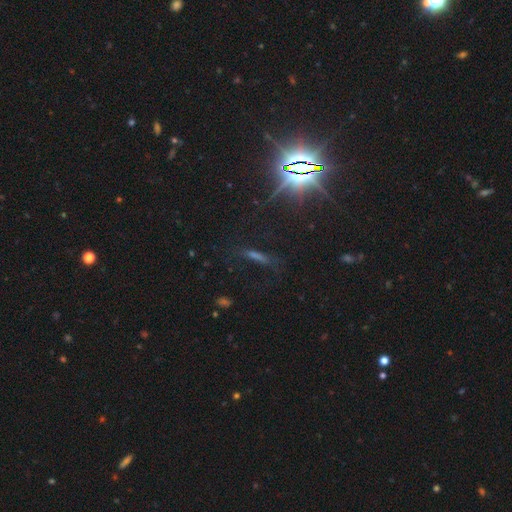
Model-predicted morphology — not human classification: Q: Smooth or featured?
A: star or artifact (45%); runner-up: smooth (28%)